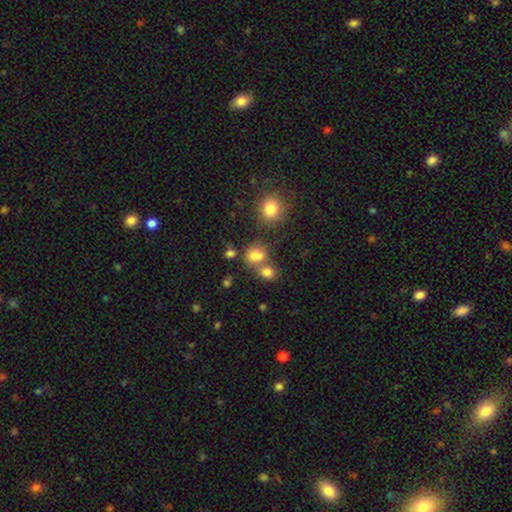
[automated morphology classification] Smooth or featured? smooth (76%)
How rounded? in between (52%)
Merging? none (42%)